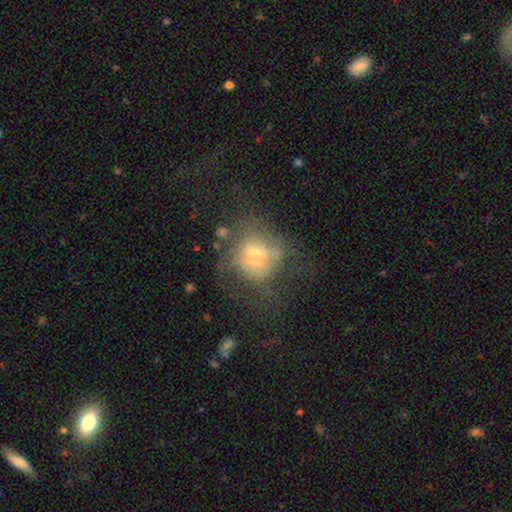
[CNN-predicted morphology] Smooth or featured? smooth (46%)
Merging? none (40%)